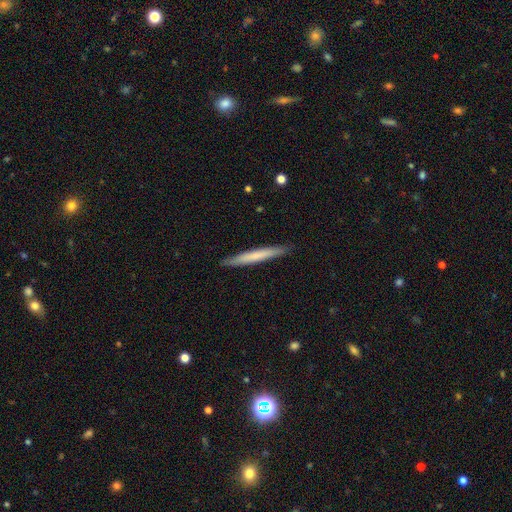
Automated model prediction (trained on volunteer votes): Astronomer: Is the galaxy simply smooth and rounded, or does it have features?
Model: smooth — 64%.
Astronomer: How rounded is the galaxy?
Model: cigar-shaped — 97%.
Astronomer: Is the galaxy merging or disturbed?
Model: none — 90%.